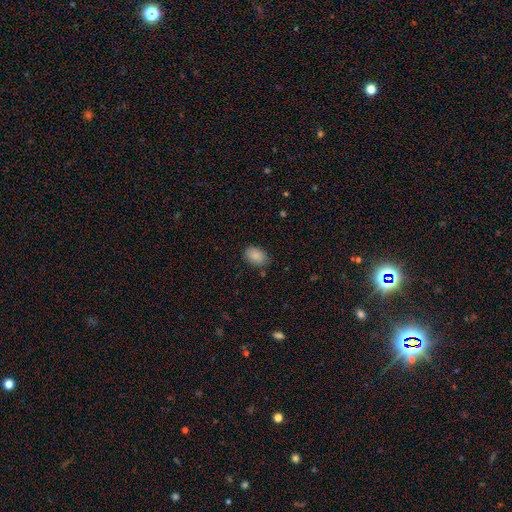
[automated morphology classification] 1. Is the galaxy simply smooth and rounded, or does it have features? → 87% smooth, 8% star or artifact, 5% featured or disk.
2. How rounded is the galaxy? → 79% in between, 20% round, 1% cigar-shaped.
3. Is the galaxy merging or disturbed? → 80% none, 16% minor disturbance, 3% major disturbance, 2% merger.